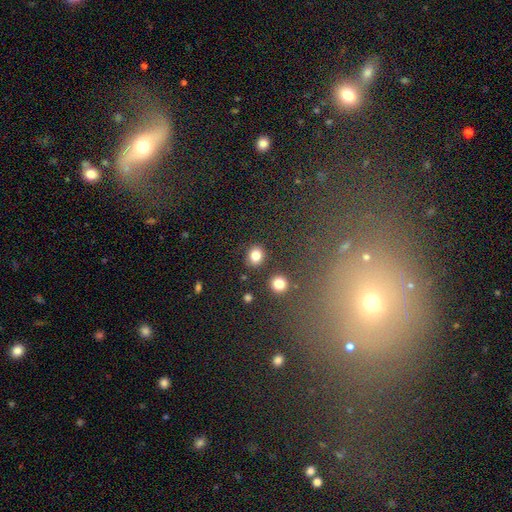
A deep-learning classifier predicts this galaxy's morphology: This appears to be a smooth galaxy with no disk features (82%) that is round (67%). Merging: none (84%).